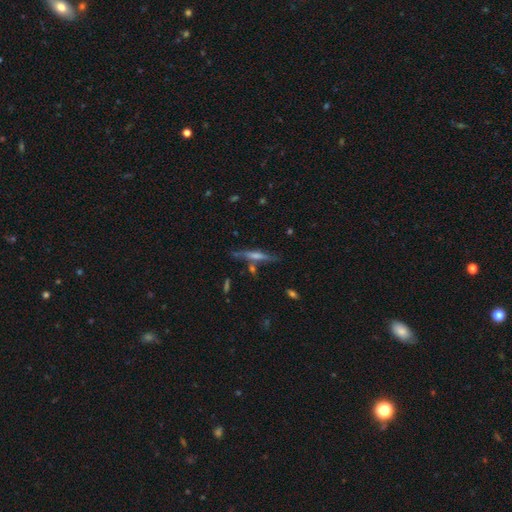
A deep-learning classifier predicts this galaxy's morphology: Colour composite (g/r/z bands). It shows a featured or disk galaxy (62%) viewed edge-on (95%) with a rounded central bulge (50%). Merging: none (79%).